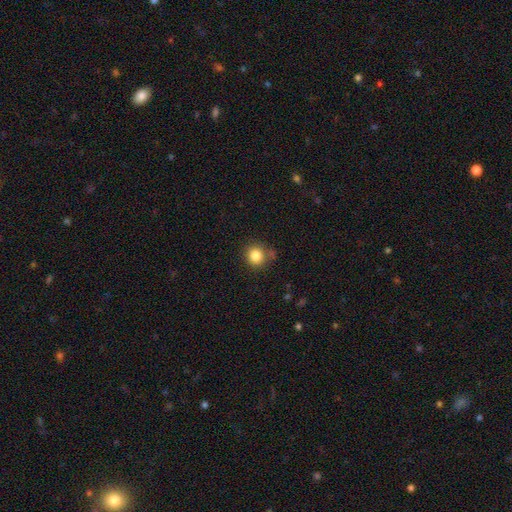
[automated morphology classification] Overall: smooth (84%). How rounded: round (87%). Merging: none (77%).